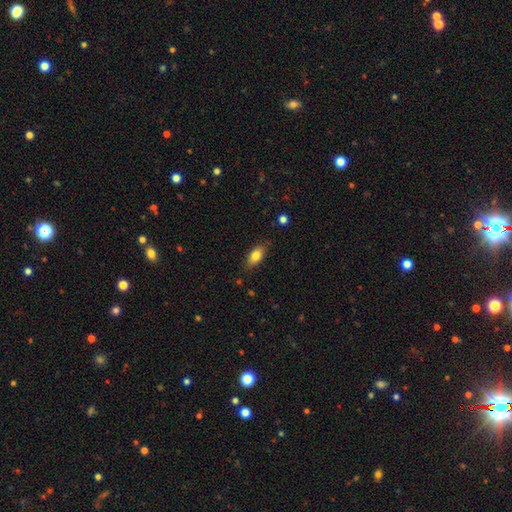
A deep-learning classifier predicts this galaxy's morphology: type=smooth (80%); roundness=in between (86%); merging=none (82%).